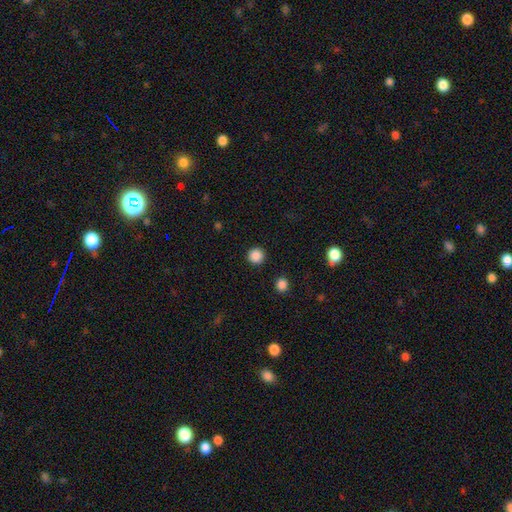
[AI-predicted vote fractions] A smooth galaxy with no disk features (87%) that is round (95%).

Vote fractions:
- Smooth or featured? smooth: 87% / star or artifact: 11% / featured or disk: 3%
- How rounded? round: 95% / in between: 4% / cigar-shaped: 1%
- Merging? none: 92% / minor disturbance: 5% / major disturbance: 2% / merger: 1%